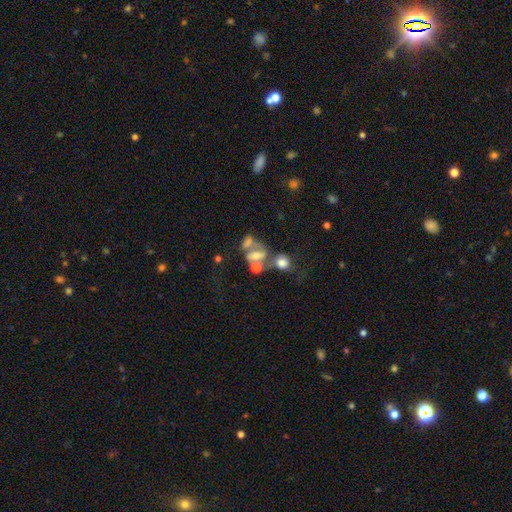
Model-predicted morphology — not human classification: smooth_or_featured: featured or disk (p=0.49) [alt: smooth p=0.36]
merging: merger (p=0.49) [alt: none p=0.22]